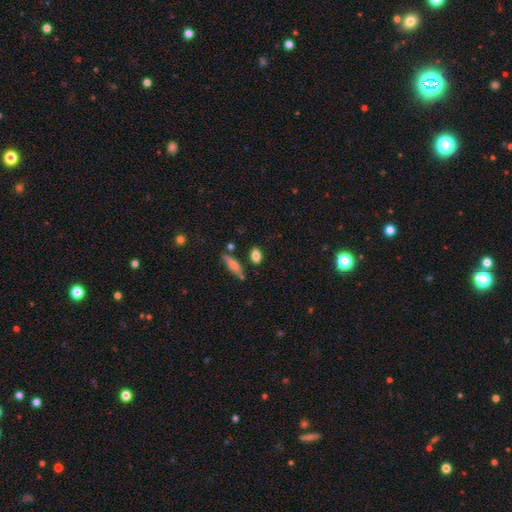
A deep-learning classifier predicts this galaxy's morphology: smooth-or-featured: smooth: 81% | featured or disk: 11% | star or artifact: 9%
  how-rounded: in between: 78% | cigar-shaped: 13% | round: 9%
  merging: none: 76% | minor disturbance: 13% | merger: 8% | major disturbance: 3%